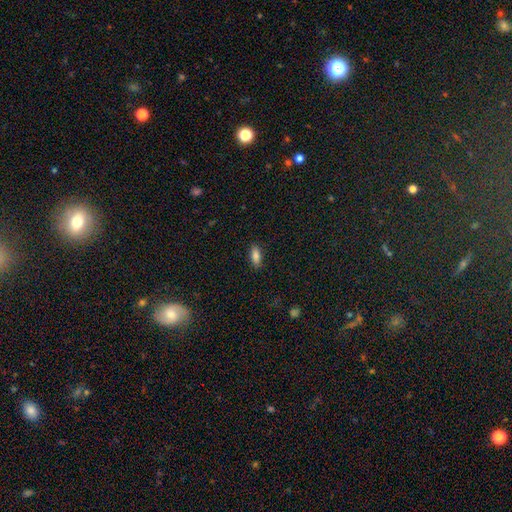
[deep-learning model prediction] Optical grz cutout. It shows a smooth galaxy with no disk features (85%) that is in between round and cigar-shaped (81%). Merging: none (88%).